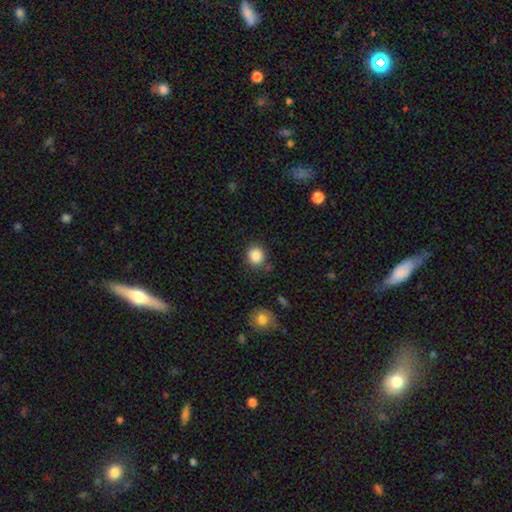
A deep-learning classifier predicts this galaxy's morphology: This appears to be a smooth galaxy with no disk features (86%) that is round (81%). Merging: none (83%).